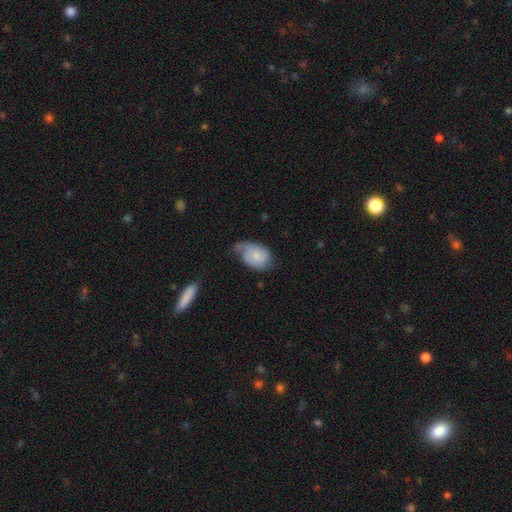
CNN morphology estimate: Smooth or featured? Predicted: smooth (p=0.52). How rounded? Predicted: in between (p=0.82). Merging? Predicted: minor disturbance (p=0.40).